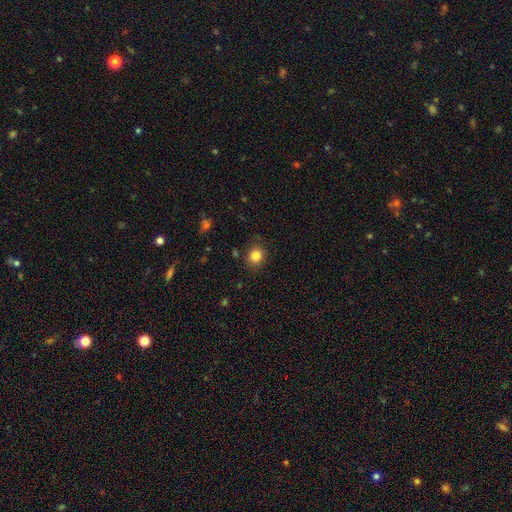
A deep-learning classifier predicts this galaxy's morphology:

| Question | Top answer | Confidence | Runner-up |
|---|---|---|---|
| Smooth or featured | smooth | 83% | star or artifact (11%) |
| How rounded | round | 74% | in between (25%) |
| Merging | none | 84% | minor disturbance (11%) |